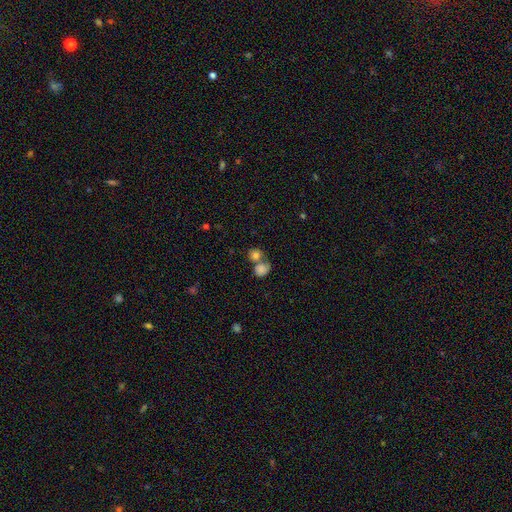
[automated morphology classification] Smooth or featured: smooth — 80% (star or artifact — 10%)
How rounded: round — 80% (in between — 19%)
Merging: merger — 51% (none — 36%)